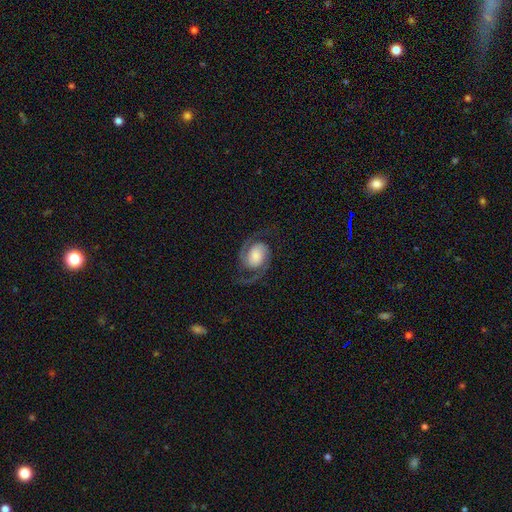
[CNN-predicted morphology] Smooth or featured? featured or disk (85%)
Edge-on disk? no (98%)
Bar? no (67%)
Spiral arms? yes (97%)
Spiral winding? medium (51%)
Spiral arm count? 2 (93%)
Bulge size? large (37%)
Merging? none (74%)